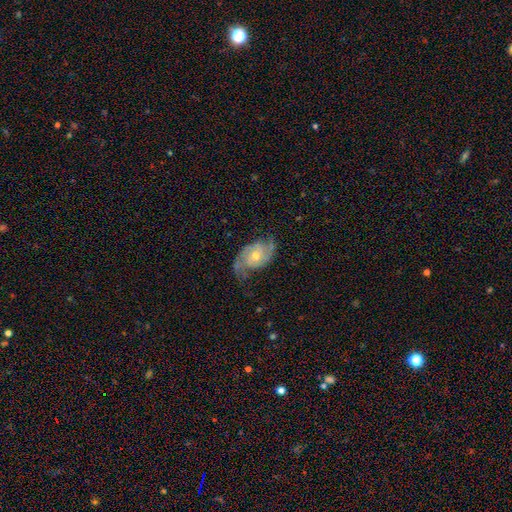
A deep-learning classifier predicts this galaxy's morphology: Smooth or featured? featured or disk (84%)
Edge-on disk? no (96%)
Bar? no (69%)
Spiral arms? yes (96%)
Spiral winding? medium (46%)
Spiral arm count? 2 (85%)
Bulge size? moderate (50%)
Merging? none (69%)